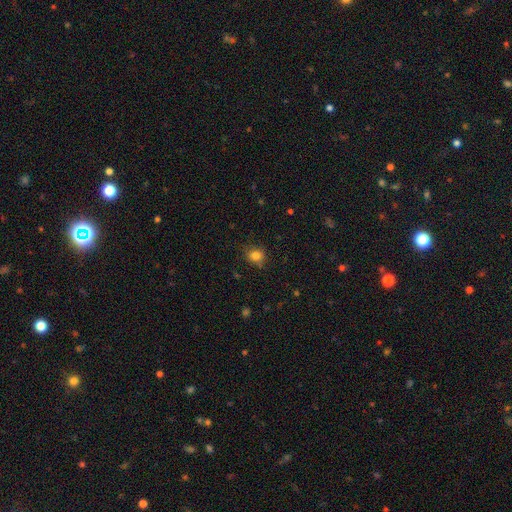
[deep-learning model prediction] Overall: smooth (82%). How rounded: round (70%). Merging: none (78%).